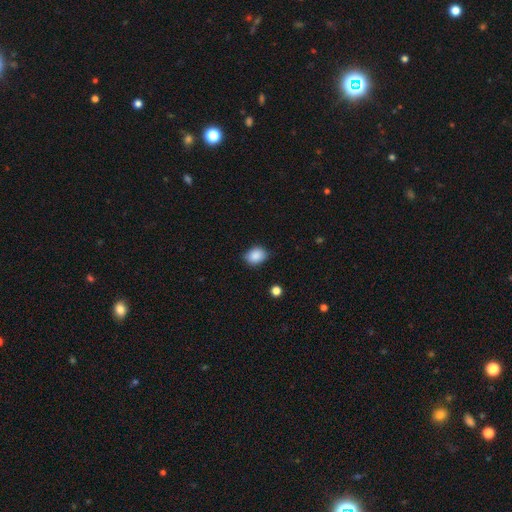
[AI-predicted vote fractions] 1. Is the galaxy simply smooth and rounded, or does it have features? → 88% smooth, 8% star or artifact, 4% featured or disk.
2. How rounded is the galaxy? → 61% in between, 38% round, 1% cigar-shaped.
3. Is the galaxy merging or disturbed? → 81% none, 15% minor disturbance, 3% major disturbance, 1% merger.